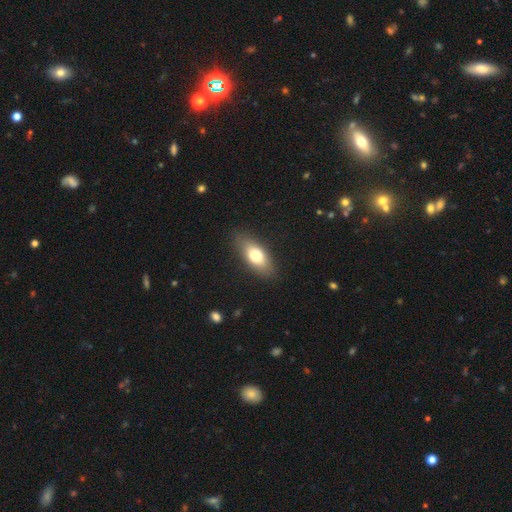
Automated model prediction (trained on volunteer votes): Q: Smooth or featured?
A: smooth (73%); runner-up: featured or disk (20%)
Q: How rounded?
A: in between (81%); runner-up: cigar-shaped (15%)
Q: Merging?
A: none (84%); runner-up: minor disturbance (12%)